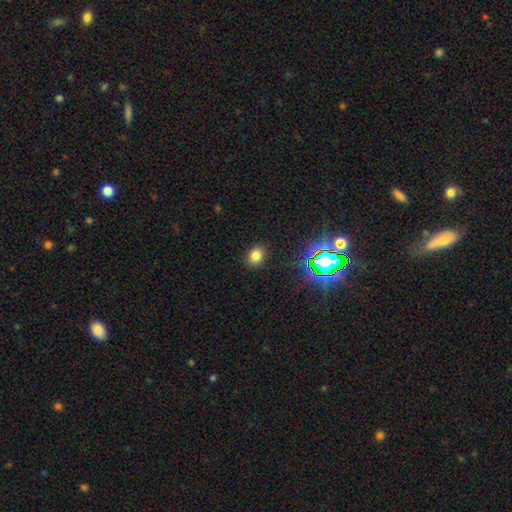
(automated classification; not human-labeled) This is likely a smooth galaxy (76%). How rounded: possibly round (50%). Merging: clearly none (89%).